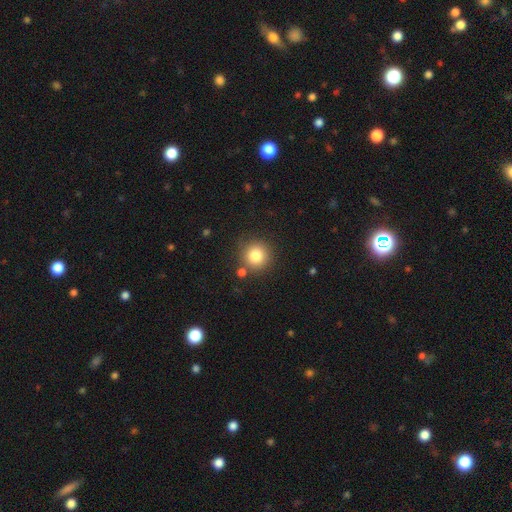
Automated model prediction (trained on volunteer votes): smooth_or_featured: smooth (p=0.81) [alt: star or artifact p=0.11]
how_rounded: round (p=0.93) [alt: in between p=0.06]
merging: none (p=0.82) [alt: minor disturbance p=0.09]